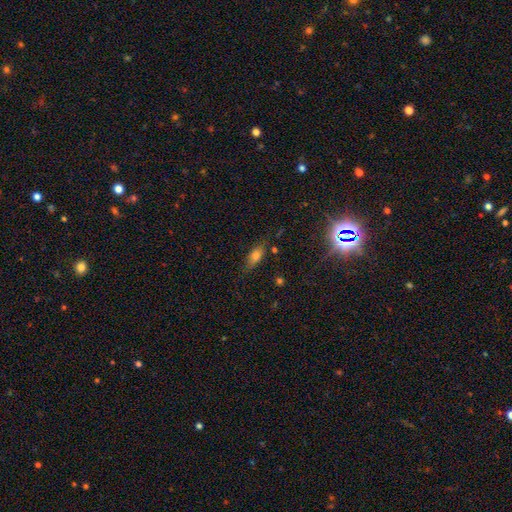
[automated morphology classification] Smooth or featured: smooth — 68% (featured or disk — 19%)
How rounded: in between — 76% (cigar-shaped — 18%)
Merging: none — 73% (minor disturbance — 19%)